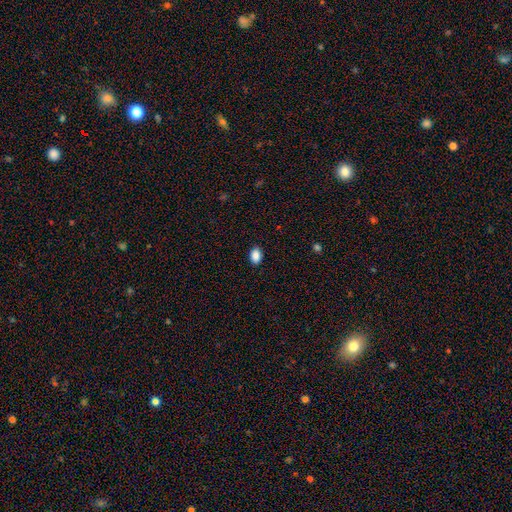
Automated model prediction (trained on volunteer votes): Smooth or featured: smooth — 89% (star or artifact — 8%)
How rounded: in between — 81% (round — 18%)
Merging: none — 89% (minor disturbance — 8%)